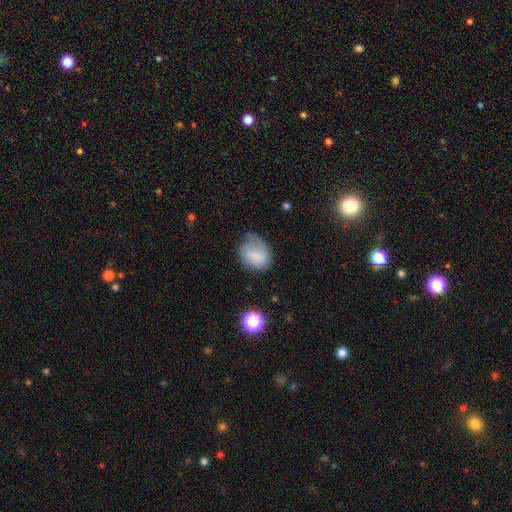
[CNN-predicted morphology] Smooth or featured? smooth (72%)
How rounded? round (52%)
Merging? none (44%)